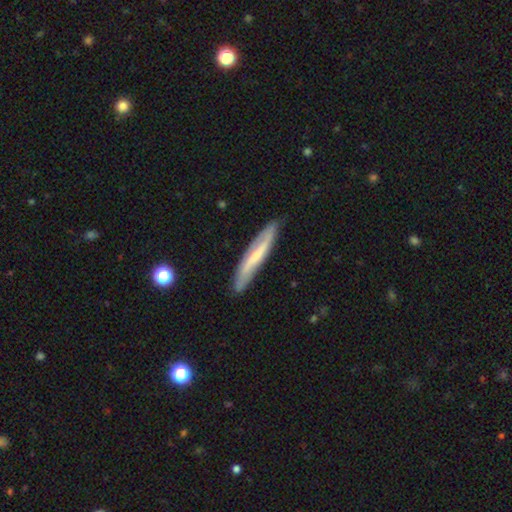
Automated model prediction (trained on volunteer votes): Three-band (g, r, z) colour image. It shows a featured or disk galaxy (55%) viewed edge-on (55%). Merging: none (81%).